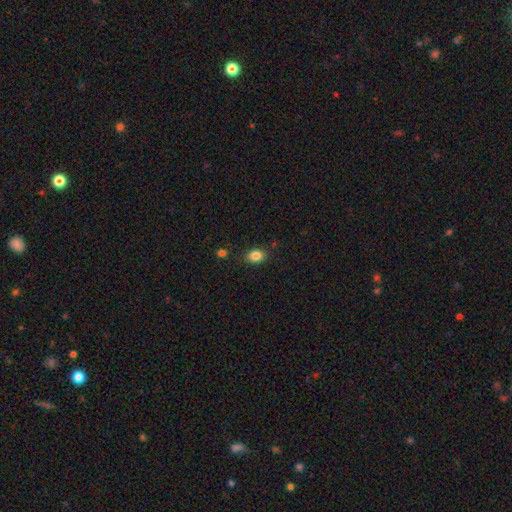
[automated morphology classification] Smooth or featured? smooth (85%)
How rounded? in between (68%)
Merging? none (83%)